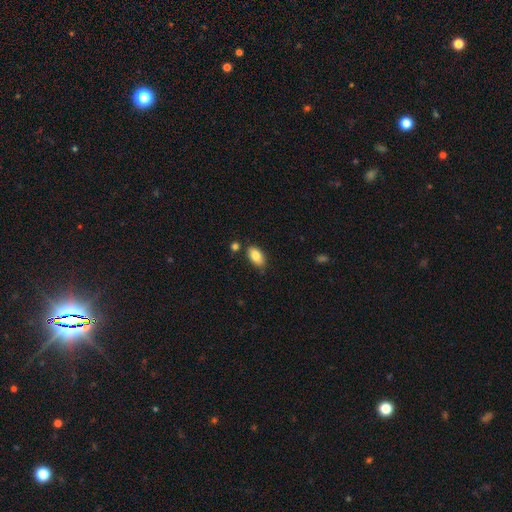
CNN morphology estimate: Smooth or featured?
  - smooth: 84% *
  - featured or disk: 9%
  - star or artifact: 7%
How rounded?
  - in between: 92% *
  - round: 5%
  - cigar-shaped: 3%
Merging?
  - none: 76% *
  - minor disturbance: 15%
  - merger: 6%
  - major disturbance: 3%